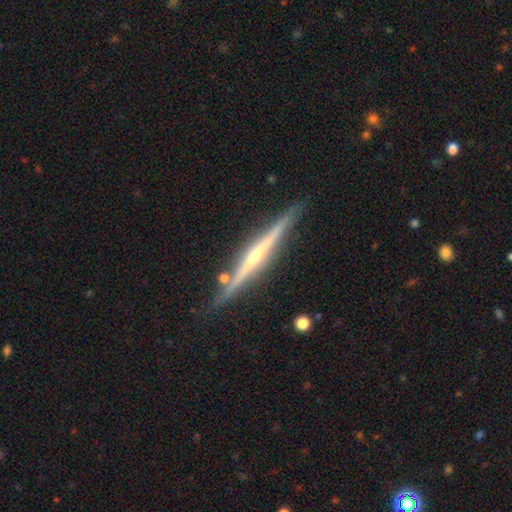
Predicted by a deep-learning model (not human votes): Morphology: type=featured or disk (81%); edge-on=yes (98%); edge-on bulge=rounded (66%); merging=none (86%).